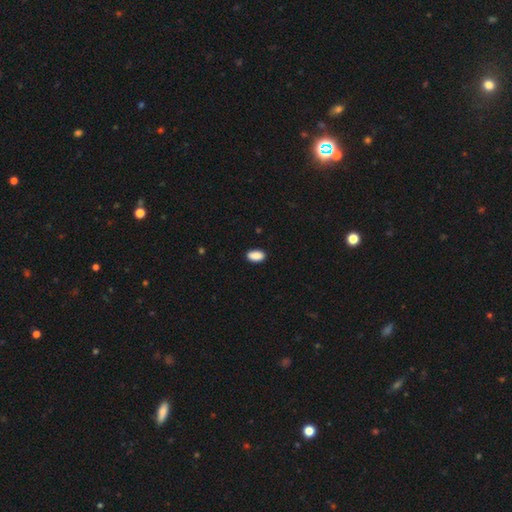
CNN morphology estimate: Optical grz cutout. It shows a smooth galaxy with no disk features (90%) that is in between round and cigar-shaped (93%). Merging: none (88%).